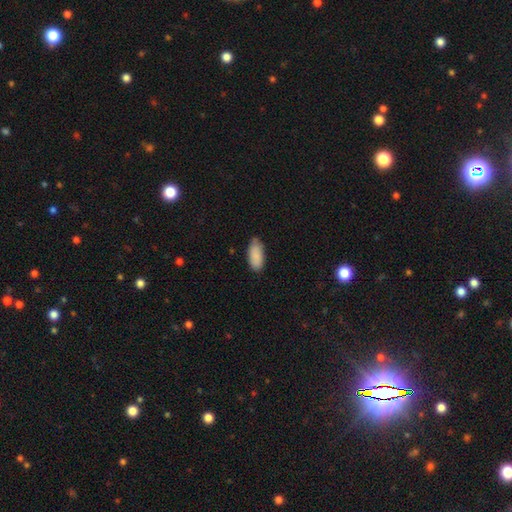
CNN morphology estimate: Overall: smooth (89%). How rounded: in between (90%). Merging: none (73%).